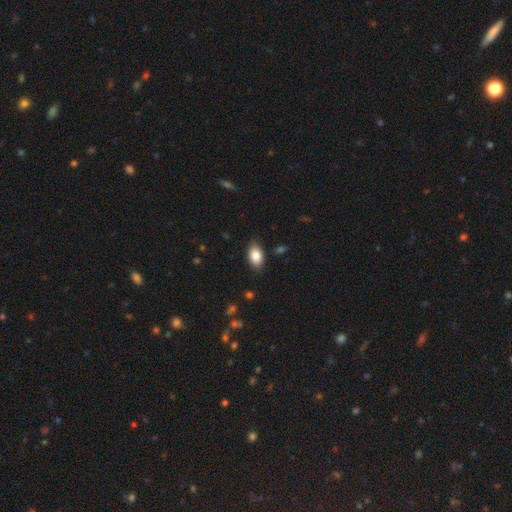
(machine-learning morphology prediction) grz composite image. It shows a smooth galaxy with no disk features (84%) that is in between round and cigar-shaped (90%). Merging: none (85%).